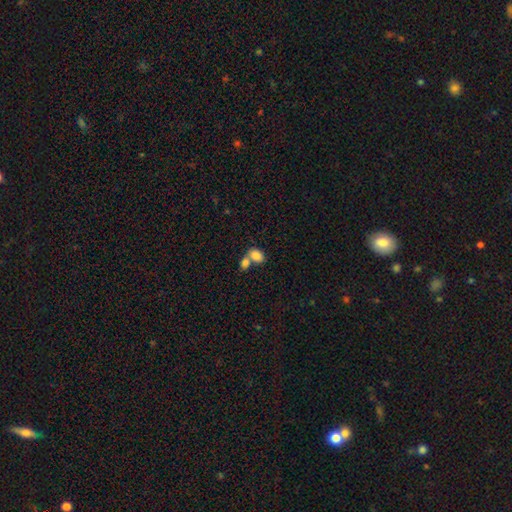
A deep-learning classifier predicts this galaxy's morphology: Smooth or featured? smooth (83%)
How rounded? in between (74%)
Merging? merger (59%)